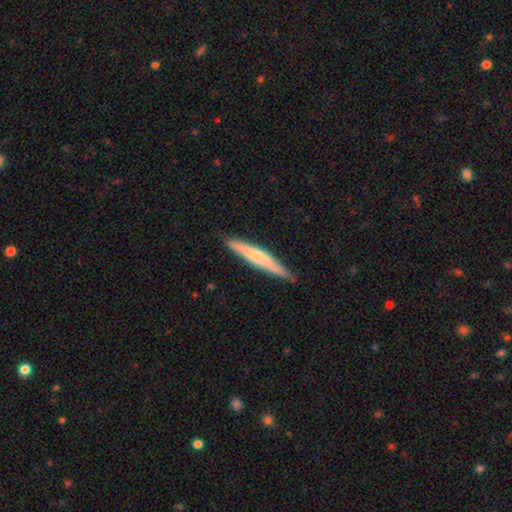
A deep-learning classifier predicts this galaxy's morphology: Q: Smooth or featured?
A: smooth (50%); runner-up: featured or disk (44%)
Q: How rounded?
A: cigar-shaped (94%); runner-up: in between (5%)
Q: Merging?
A: none (88%); runner-up: minor disturbance (10%)